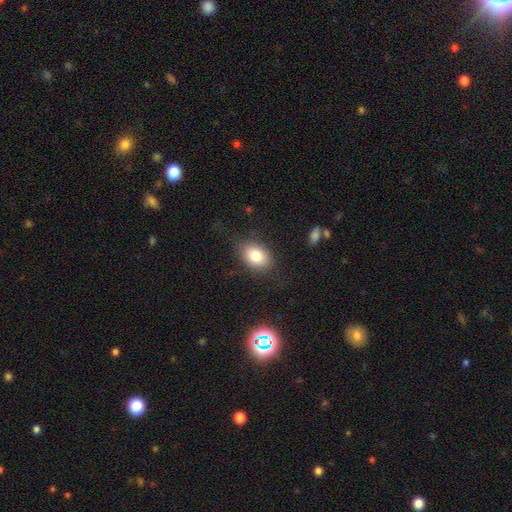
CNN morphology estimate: smooth-or-featured: smooth: 81% | featured or disk: 11% | star or artifact: 9%
  how-rounded: in between: 77% | round: 22% | cigar-shaped: 1%
  merging: none: 80% | minor disturbance: 14% | major disturbance: 5% | merger: 1%